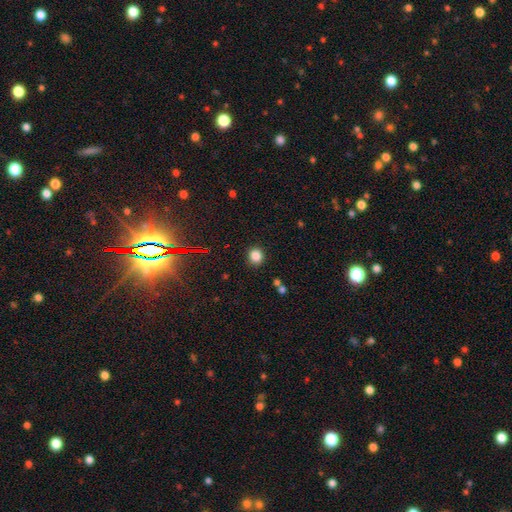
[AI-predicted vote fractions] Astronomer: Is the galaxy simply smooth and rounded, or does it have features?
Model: smooth — 83%.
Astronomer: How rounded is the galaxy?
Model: round — 81%.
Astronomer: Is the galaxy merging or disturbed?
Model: none — 88%.